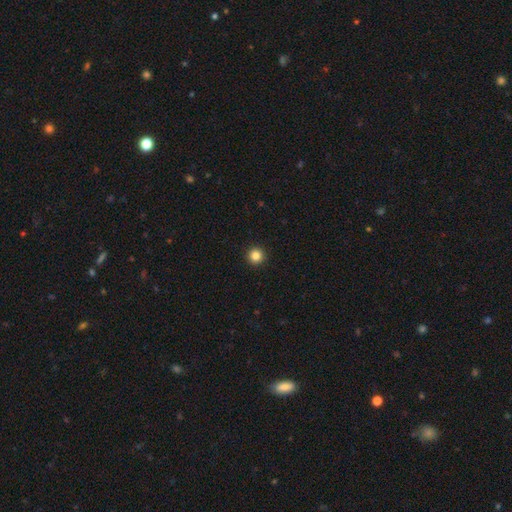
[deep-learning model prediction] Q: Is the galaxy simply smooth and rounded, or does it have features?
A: smooth — 84%.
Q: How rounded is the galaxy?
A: round — 97%.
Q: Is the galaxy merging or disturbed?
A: none — 94%.